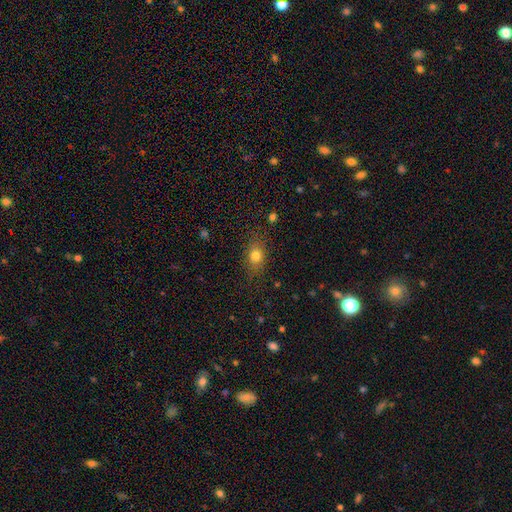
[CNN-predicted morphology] Smooth or featured?
  - smooth: 78% *
  - star or artifact: 12%
  - featured or disk: 10%
How rounded?
  - in between: 57% *
  - round: 40%
  - cigar-shaped: 3%
Merging?
  - none: 81% *
  - minor disturbance: 13%
  - major disturbance: 4%
  - merger: 1%